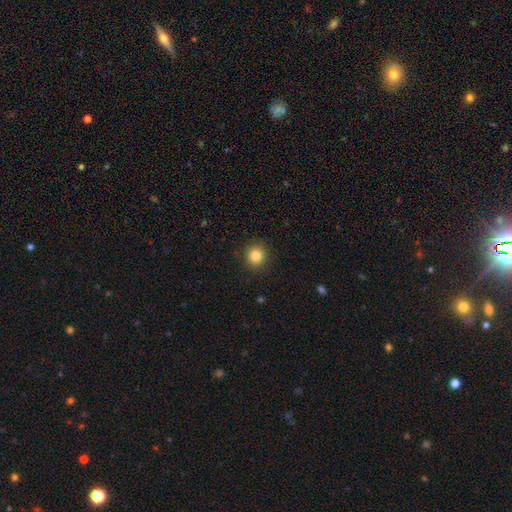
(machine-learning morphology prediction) Overall: smooth (83%). How rounded: round (92%). Merging: none (91%).